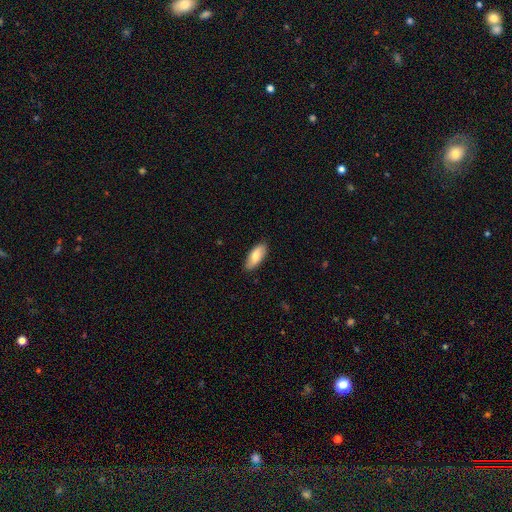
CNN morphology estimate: This appears to be a smooth galaxy with no disk features (76%) that is in between round and cigar-shaped (83%). Merging: none (87%).